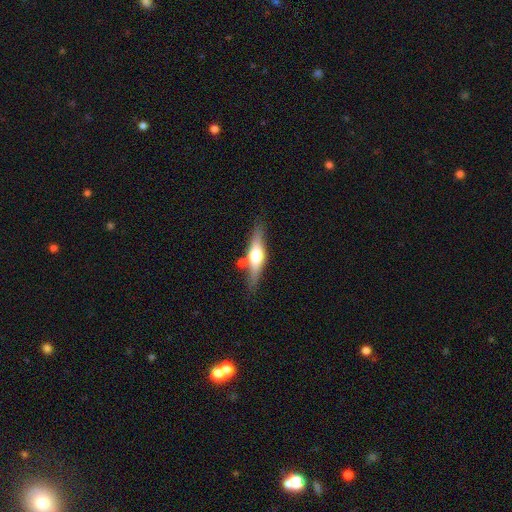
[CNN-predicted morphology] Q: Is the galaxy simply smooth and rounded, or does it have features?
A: featured or disk — 61%.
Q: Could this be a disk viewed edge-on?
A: yes — 93%.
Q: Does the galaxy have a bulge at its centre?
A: rounded — 93%.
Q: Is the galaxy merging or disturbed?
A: none — 76%.